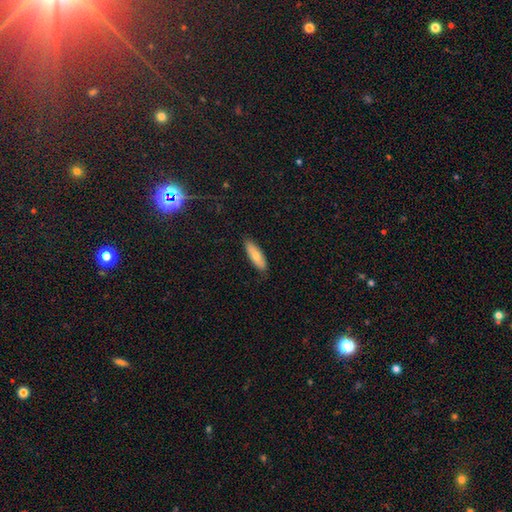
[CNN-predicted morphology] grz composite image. It shows a smooth galaxy with no disk features (74%) that is in between round and cigar-shaped (50%). Merging: none (84%).